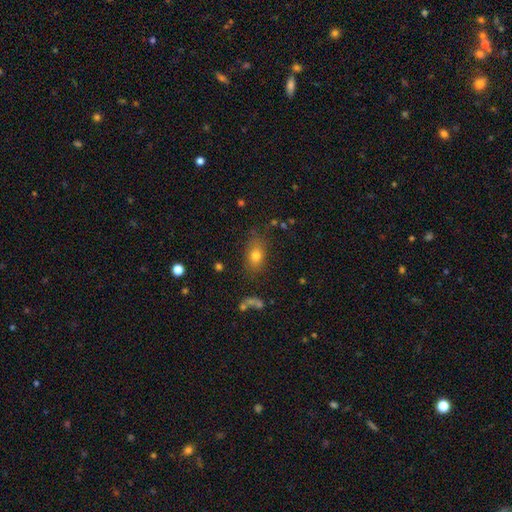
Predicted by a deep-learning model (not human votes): Smooth or featured? Predicted: smooth (p=0.76). How rounded? Predicted: in between (p=0.78). Merging? Predicted: none (p=0.75).